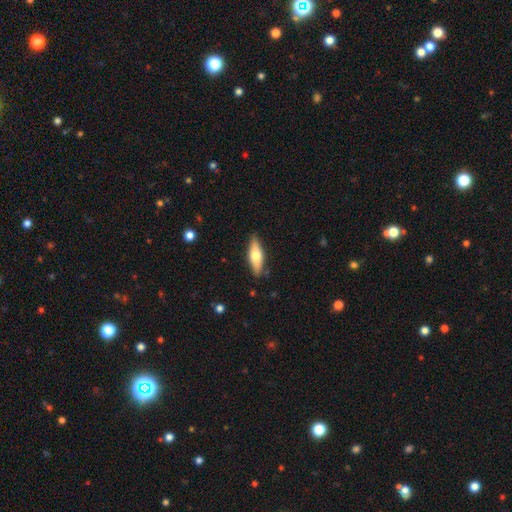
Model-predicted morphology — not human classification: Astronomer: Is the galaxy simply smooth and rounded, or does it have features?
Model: smooth — 59% (runner-up: featured or disk, 36%).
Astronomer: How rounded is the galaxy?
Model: in between — 51% (runner-up: cigar-shaped, 47%).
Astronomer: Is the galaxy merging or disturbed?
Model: none — 86%.